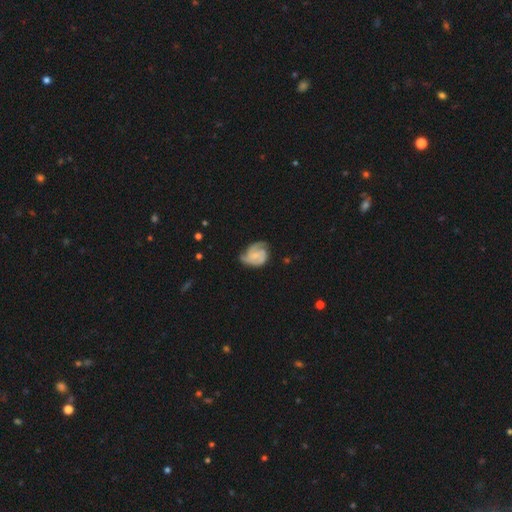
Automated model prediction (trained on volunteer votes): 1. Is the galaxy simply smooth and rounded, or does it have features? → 71% featured or disk, 23% smooth, 6% star or artifact.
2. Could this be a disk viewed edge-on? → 98% no, 2% yes.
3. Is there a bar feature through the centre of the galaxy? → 60% no, 32% weak, 7% strong.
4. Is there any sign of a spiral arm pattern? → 92% yes, 8% no.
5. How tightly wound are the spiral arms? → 43% medium, 41% tight, 16% loose.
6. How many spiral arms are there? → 36% 3, 34% 2, 17% can't tell, 6% 1, 5% 4, 3% more than 4.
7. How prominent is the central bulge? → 52% small, 25% none, 19% moderate, 2% large, 1% dominant.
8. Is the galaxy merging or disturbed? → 49% none, 31% minor disturbance, 17% major disturbance, 2% merger.